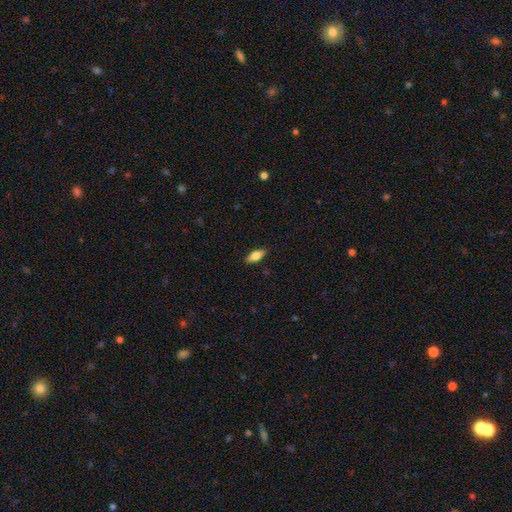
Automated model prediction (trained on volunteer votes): Smooth or featured?
  - smooth: 66% *
  - featured or disk: 27%
  - star or artifact: 7%
How rounded?
  - in between: 75% *
  - cigar-shaped: 22%
  - round: 3%
Merging?
  - none: 87% *
  - minor disturbance: 10%
  - major disturbance: 2%
  - merger: 1%